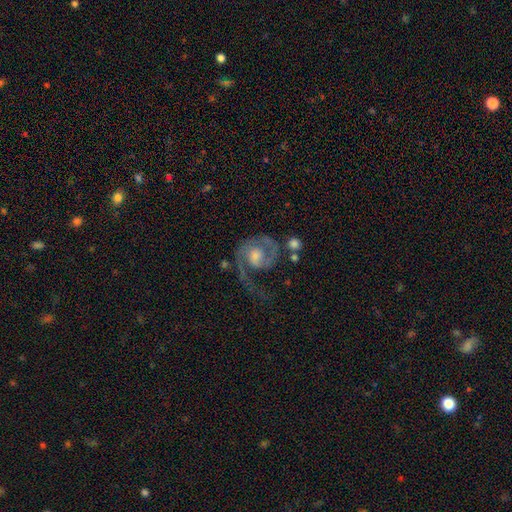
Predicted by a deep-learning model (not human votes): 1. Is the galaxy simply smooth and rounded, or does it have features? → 88% featured or disk, 7% smooth, 5% star or artifact.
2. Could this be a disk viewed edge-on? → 98% no, 2% yes.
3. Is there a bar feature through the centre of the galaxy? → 61% no, 32% weak, 7% strong.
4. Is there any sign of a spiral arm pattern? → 97% yes, 3% no.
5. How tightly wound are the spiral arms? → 46% medium, 35% tight, 19% loose.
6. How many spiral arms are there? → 62% 2, 29% 1, 4% can't tell, 2% 3, 1% 4, 1% more than 4.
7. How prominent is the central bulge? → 52% moderate, 23% small, 15% large, 7% none, 2% dominant.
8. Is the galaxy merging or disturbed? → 48% none, 27% major disturbance, 18% minor disturbance, 6% merger.